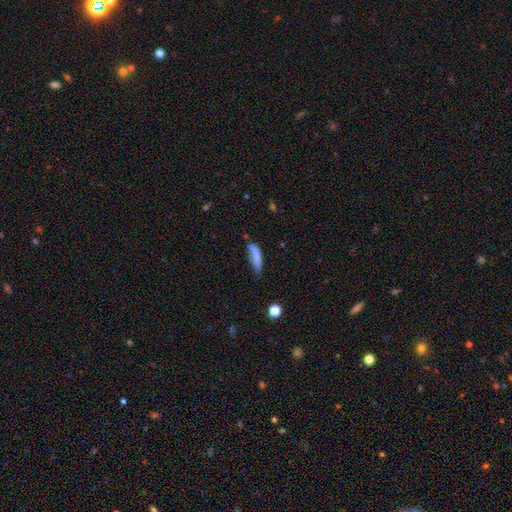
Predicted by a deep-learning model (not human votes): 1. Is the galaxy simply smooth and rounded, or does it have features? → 79% smooth, 12% featured or disk, 8% star or artifact.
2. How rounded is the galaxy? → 58% cigar-shaped, 39% in between, 2% round.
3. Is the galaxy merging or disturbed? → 39% none (tied), 39% minor disturbance (tied), 16% major disturbance, 5% merger.